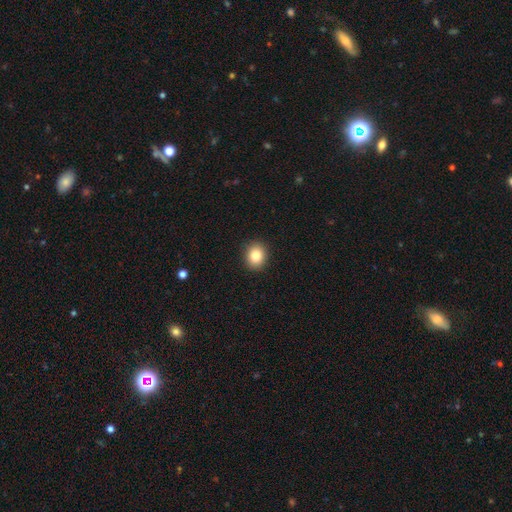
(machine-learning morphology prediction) smooth_or_featured: smooth (p=0.85) [alt: star or artifact p=0.09]
how_rounded: round (p=0.65) [alt: in between p=0.34]
merging: none (p=0.91) [alt: minor disturbance p=0.06]